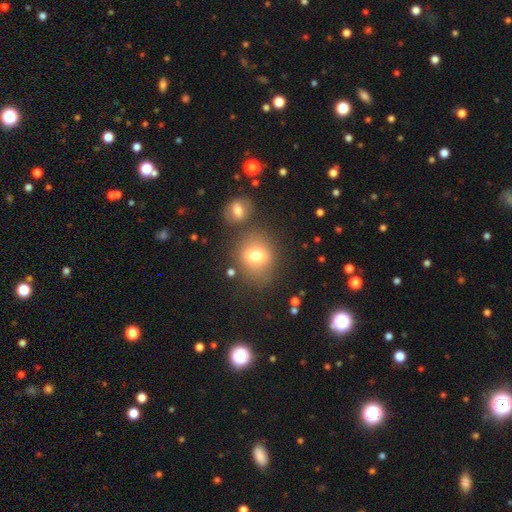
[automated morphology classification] Smooth or featured: smooth — 73% (featured or disk — 15%)
How rounded: round — 60% (in between — 38%)
Merging: none — 65% (merger — 15%)